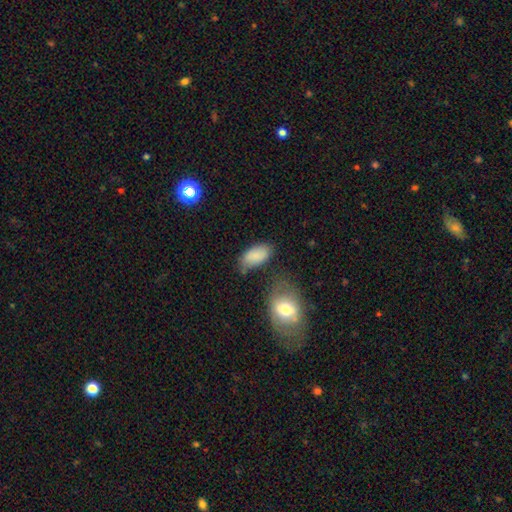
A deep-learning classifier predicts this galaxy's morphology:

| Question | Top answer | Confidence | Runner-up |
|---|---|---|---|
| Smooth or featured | smooth | 84% | featured or disk (8%) |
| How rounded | in between | 94% | round (4%) |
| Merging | none | 58% | minor disturbance (25%) |